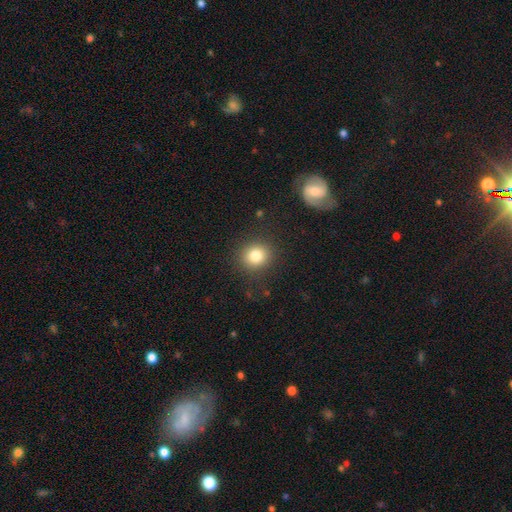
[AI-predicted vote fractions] smooth 81%, star or artifact 11%, featured or disk 8%. Down the decision tree: how rounded — round (86%); merging — none (88%).